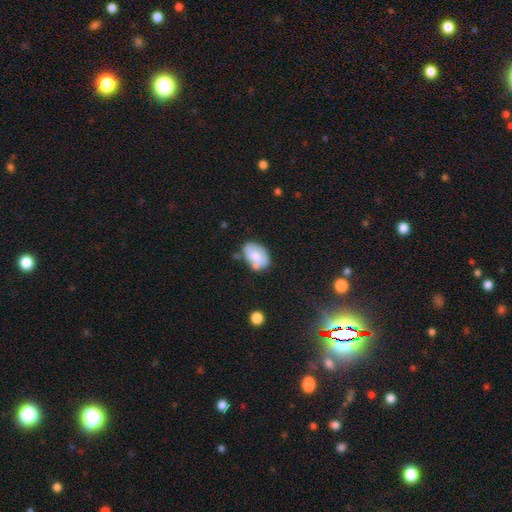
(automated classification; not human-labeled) Smooth or featured?
  - smooth: 74% *
  - featured or disk: 19%
  - star or artifact: 7%
How rounded?
  - in between: 87% *
  - round: 12%
  - cigar-shaped: 1%
Merging?
  - none: 53% *
  - minor disturbance: 28%
  - merger: 12%
  - major disturbance: 8%